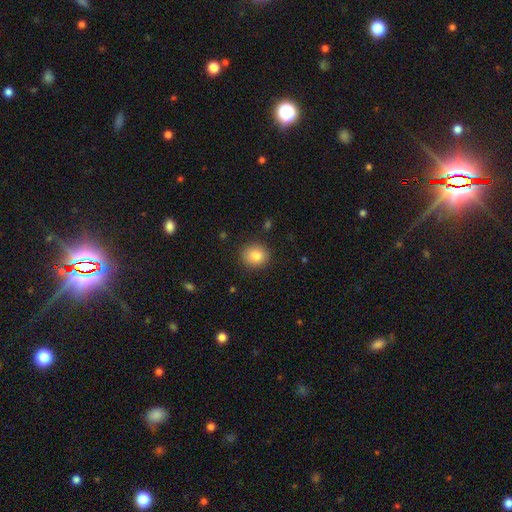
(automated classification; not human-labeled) Smooth or featured?
  - smooth: 85% *
  - star or artifact: 9%
  - featured or disk: 6%
How rounded?
  - round: 80% *
  - in between: 19%
  - cigar-shaped: 1%
Merging?
  - none: 88% *
  - minor disturbance: 8%
  - major disturbance: 2%
  - merger: 1%